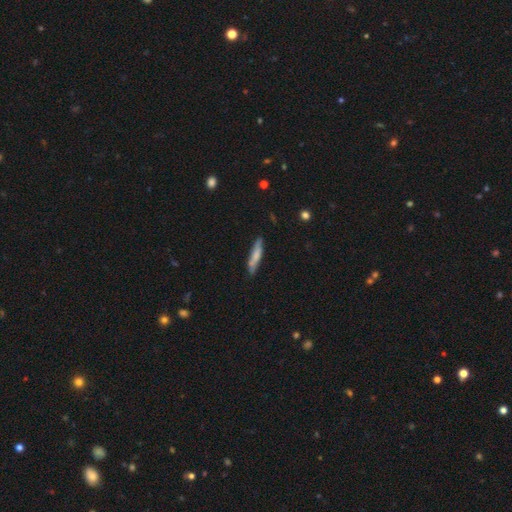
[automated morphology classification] Smooth or featured: smooth — 66% (featured or disk — 28%)
How rounded: cigar-shaped — 88% (in between — 11%)
Merging: none — 77% (minor disturbance — 18%)